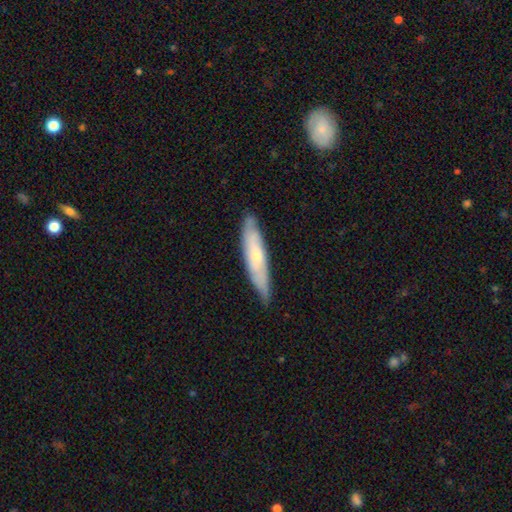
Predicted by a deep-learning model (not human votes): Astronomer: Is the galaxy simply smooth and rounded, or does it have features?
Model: featured or disk — 49% (runner-up: smooth, 45%).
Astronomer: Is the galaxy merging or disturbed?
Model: none — 78%.